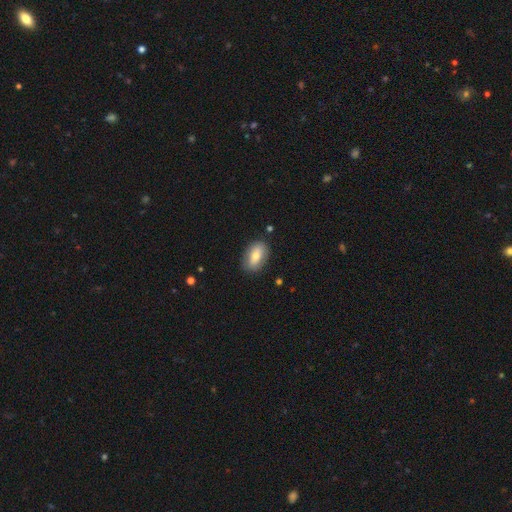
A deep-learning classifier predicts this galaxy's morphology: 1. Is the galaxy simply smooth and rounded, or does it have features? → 67% smooth, 26% featured or disk, 7% star or artifact.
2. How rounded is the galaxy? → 89% in between, 8% round, 3% cigar-shaped.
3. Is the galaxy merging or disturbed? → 82% none, 13% minor disturbance, 3% major disturbance, 1% merger.